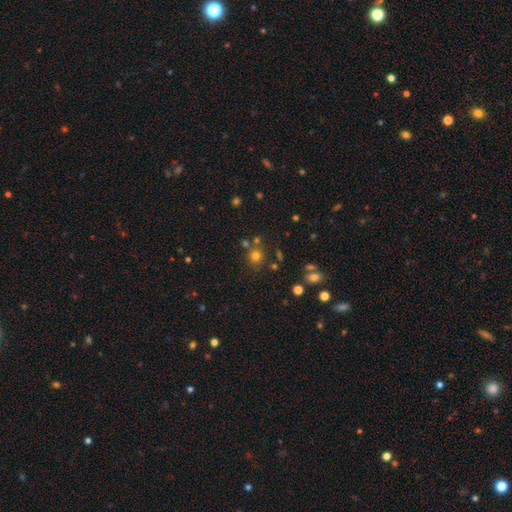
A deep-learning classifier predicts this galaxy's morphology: Overall: smooth (72%). How rounded: round (87%). Merging: none (75%).